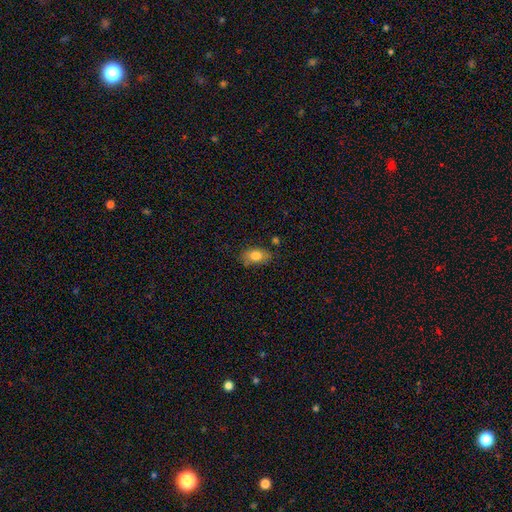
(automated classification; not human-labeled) Smooth or featured? Predicted: smooth (p=0.80). How rounded? Predicted: in between (p=0.87). Merging? Predicted: none (p=0.69).